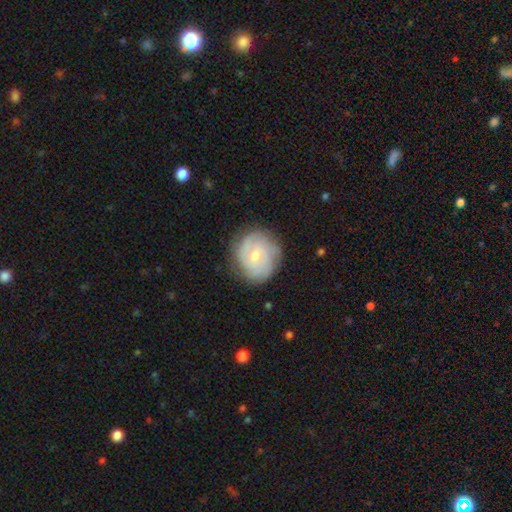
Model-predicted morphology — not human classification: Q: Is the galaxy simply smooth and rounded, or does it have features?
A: featured or disk — 69%.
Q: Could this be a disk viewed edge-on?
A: no — 98%.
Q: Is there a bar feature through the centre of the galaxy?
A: no — 56%.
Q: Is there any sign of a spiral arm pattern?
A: yes — 90%.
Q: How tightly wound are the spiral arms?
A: tight — 65%.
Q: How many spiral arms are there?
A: can't tell — 40%.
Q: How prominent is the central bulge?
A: small — 57%.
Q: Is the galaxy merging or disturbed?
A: none — 79%.